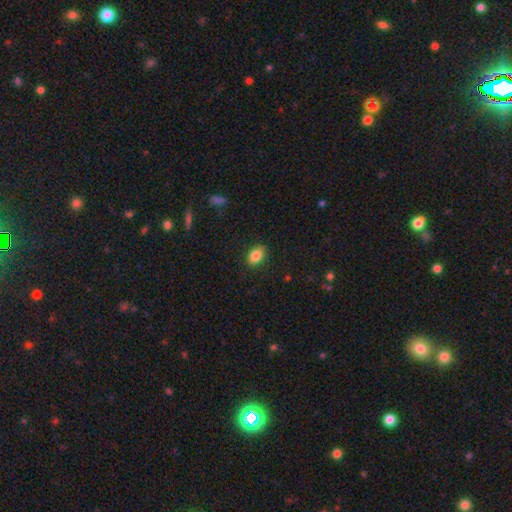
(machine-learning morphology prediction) Smooth or featured: smooth — 85% (star or artifact — 9%)
How rounded: in between — 80% (round — 19%)
Merging: none — 86% (minor disturbance — 11%)